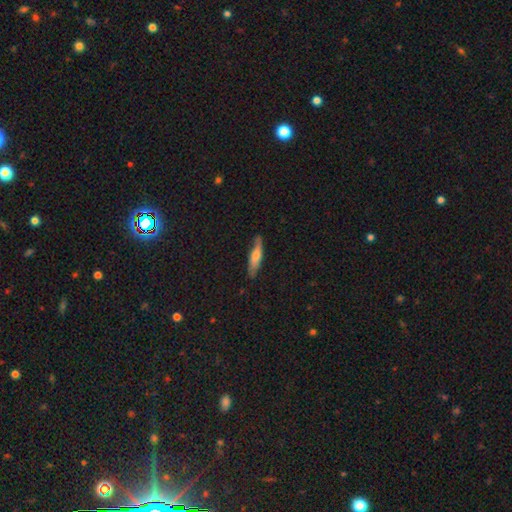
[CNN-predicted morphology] smooth_or_featured: smooth (p=0.56) [alt: featured or disk p=0.38]
how_rounded: cigar-shaped (p=0.76) [alt: in between p=0.22]
merging: none (p=0.78) [alt: minor disturbance p=0.18]